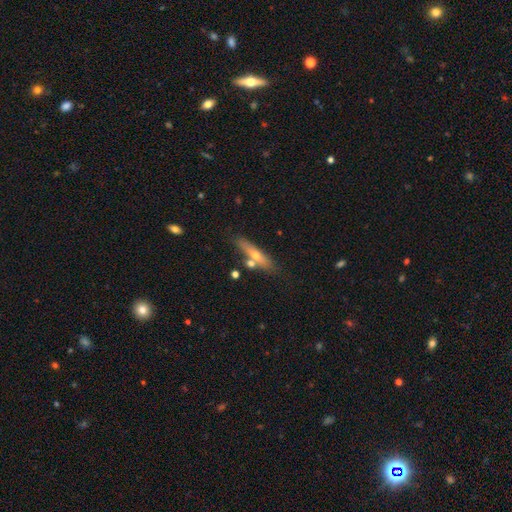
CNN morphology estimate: Q: Smooth or featured?
A: smooth (50%); runner-up: featured or disk (42%)
Q: How rounded?
A: cigar-shaped (77%); runner-up: in between (20%)
Q: Merging?
A: none (67%); runner-up: merger (16%)